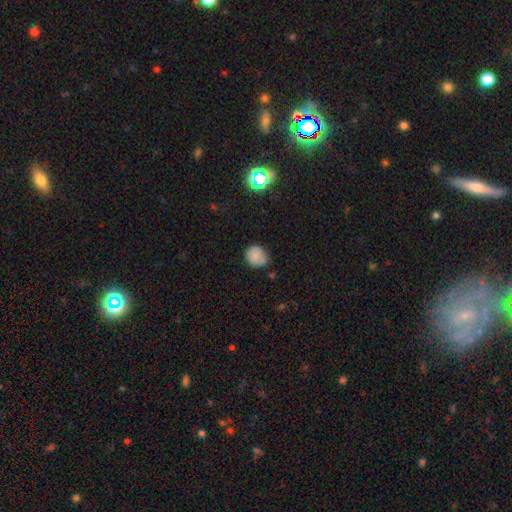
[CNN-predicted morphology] The model was most divided on "merging": none: 62%, minor disturbance: 26%, major disturbance: 6%, merger: 6%. More confident: how rounded — round (82%); smooth or featured — smooth (79%).